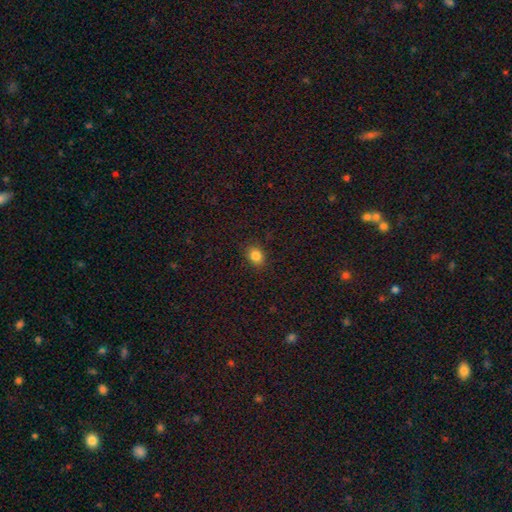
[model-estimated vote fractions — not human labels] Smooth or featured? smooth (84%)
How rounded? in between (50%)
Merging? none (87%)